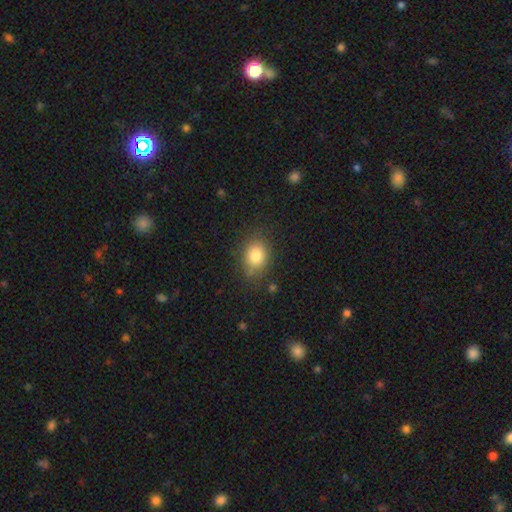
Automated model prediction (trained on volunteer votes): smooth 81%, star or artifact 10%, featured or disk 9%. Down the decision tree: how rounded — in between (58%); merging — none (76%).